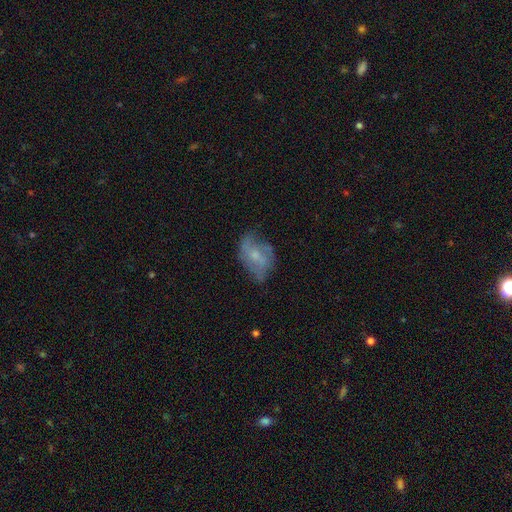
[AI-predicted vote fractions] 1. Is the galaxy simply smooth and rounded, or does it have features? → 57% featured or disk, 35% smooth, 8% star or artifact.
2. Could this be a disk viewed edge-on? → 96% no, 4% yes.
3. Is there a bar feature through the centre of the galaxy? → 64% no, 30% weak, 6% strong.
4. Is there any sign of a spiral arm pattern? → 67% yes, 33% no.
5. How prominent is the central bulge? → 53% small, 35% moderate, 9% none, 2% large, 1% dominant.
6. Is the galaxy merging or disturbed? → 51% none, 30% minor disturbance, 16% major disturbance, 2% merger.